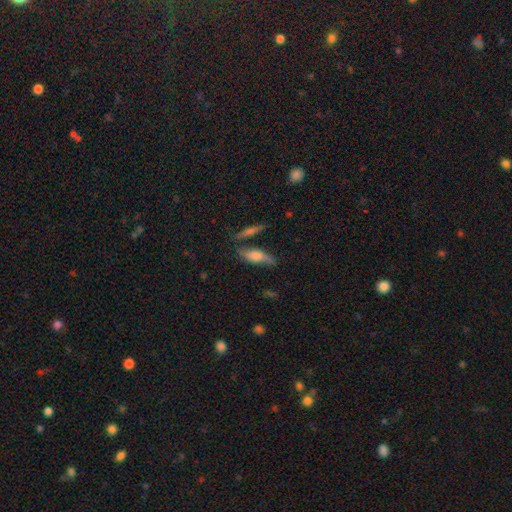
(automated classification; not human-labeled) A featured or disk galaxy (52%) viewed edge-on (57%). Merging: none (64%).